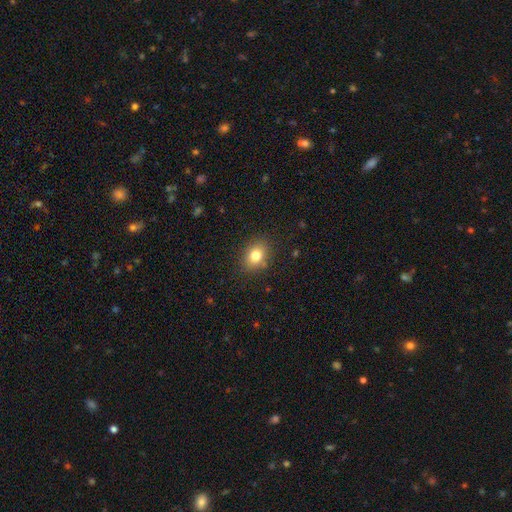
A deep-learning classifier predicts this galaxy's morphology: smooth_or_featured: smooth (p=0.80) [alt: star or artifact p=0.11]
how_rounded: in between (p=0.57) [alt: round p=0.42]
merging: none (p=0.85) [alt: minor disturbance p=0.10]